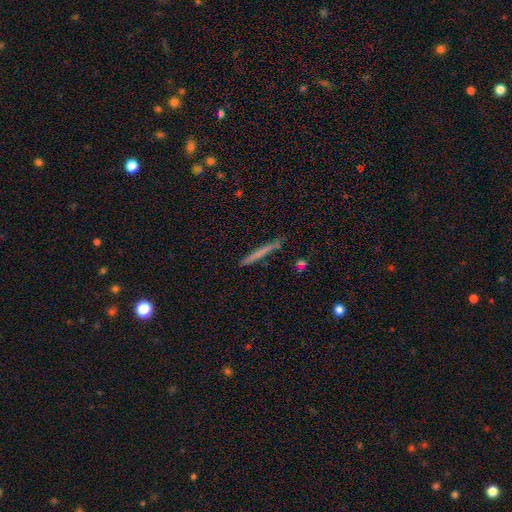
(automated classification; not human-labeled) Overall: smooth (62%; featured or disk 32%). How rounded: cigar-shaped (97%). Merging: none (87%).